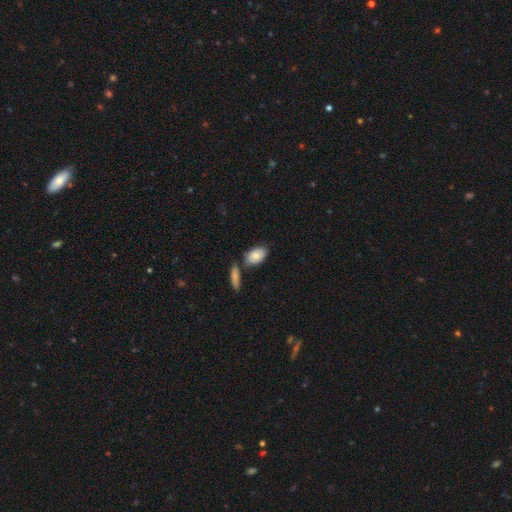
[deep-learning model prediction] A smooth galaxy with no disk features (79%) that is in between round and cigar-shaped (91%).

Vote fractions:
- Smooth or featured? smooth: 79% / featured or disk: 15% / star or artifact: 6%
- How rounded? in between: 91% / round: 6% / cigar-shaped: 4%
- Merging? none: 60% / merger: 20% / minor disturbance: 16% / major disturbance: 4%